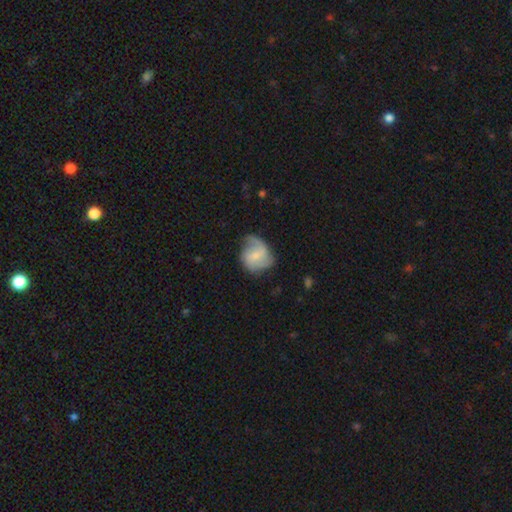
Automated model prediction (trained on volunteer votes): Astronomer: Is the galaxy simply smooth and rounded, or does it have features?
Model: featured or disk — 63%.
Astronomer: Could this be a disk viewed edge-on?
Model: no — 98%.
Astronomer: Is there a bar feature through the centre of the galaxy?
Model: weak — 49% (runner-up: no, 40%).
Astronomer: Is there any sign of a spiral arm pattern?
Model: yes — 88%.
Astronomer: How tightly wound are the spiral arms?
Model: medium — 43% (runner-up: loose, 38%).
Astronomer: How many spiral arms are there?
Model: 2 — 53%.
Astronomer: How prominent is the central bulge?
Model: small — 56%.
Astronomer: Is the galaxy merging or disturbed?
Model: none — 50% (runner-up: minor disturbance, 30%).